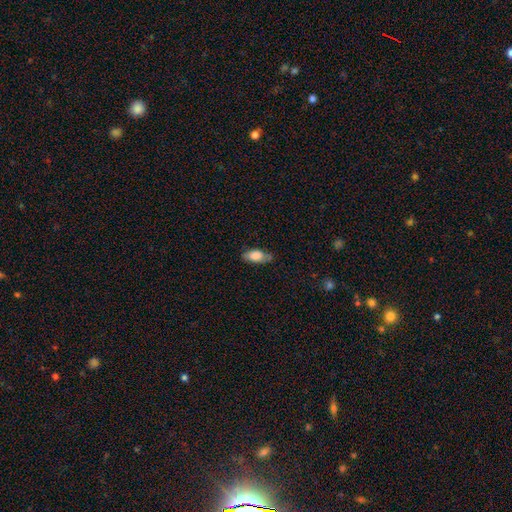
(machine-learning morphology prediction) Smooth or featured? smooth (79%)
How rounded? in between (88%)
Merging? none (65%)